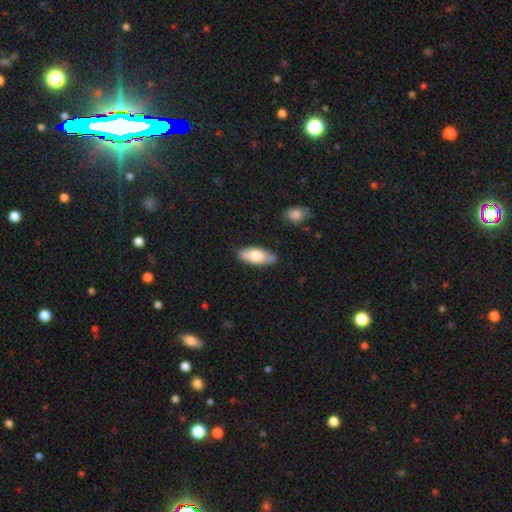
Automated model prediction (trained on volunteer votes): Smooth or featured?
  - smooth: 71% *
  - featured or disk: 23%
  - star or artifact: 6%
How rounded?
  - in between: 81% *
  - cigar-shaped: 17%
  - round: 2%
Merging?
  - none: 83% *
  - minor disturbance: 13%
  - major disturbance: 2%
  - merger: 2%